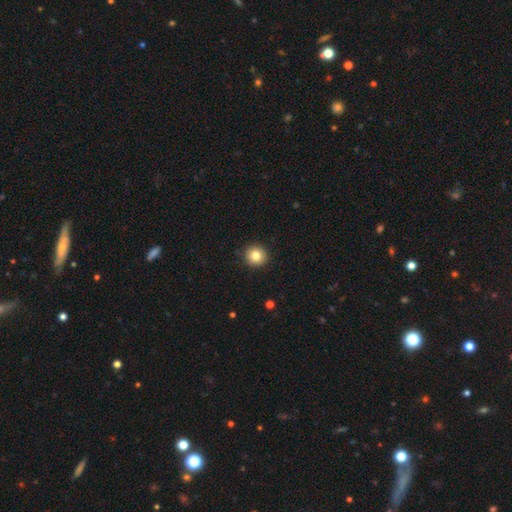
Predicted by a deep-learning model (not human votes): A smooth galaxy with no disk features (81%) that is round (94%). Merging: none (93%).